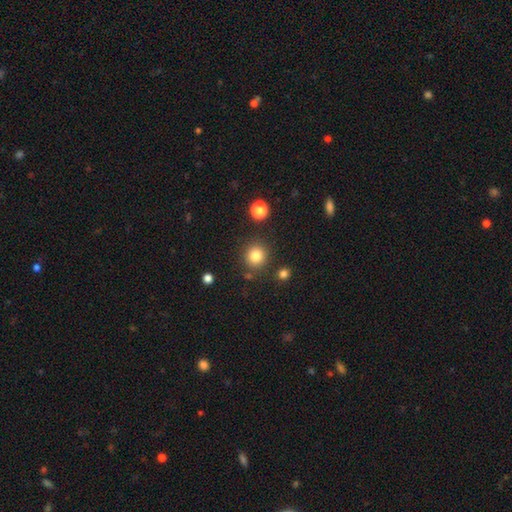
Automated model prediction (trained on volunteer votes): Morphology: type=smooth (82%); roundness=round (91%); merging=none (85%).